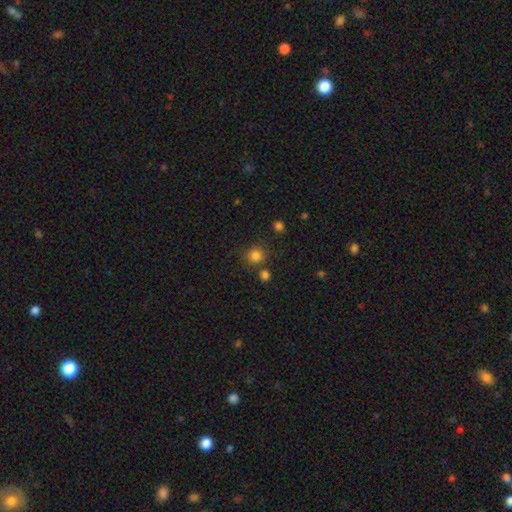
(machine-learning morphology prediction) Smooth or featured? Predicted: smooth (p=0.82). How rounded? Predicted: round (p=0.89). Merging? Predicted: none (p=0.76).